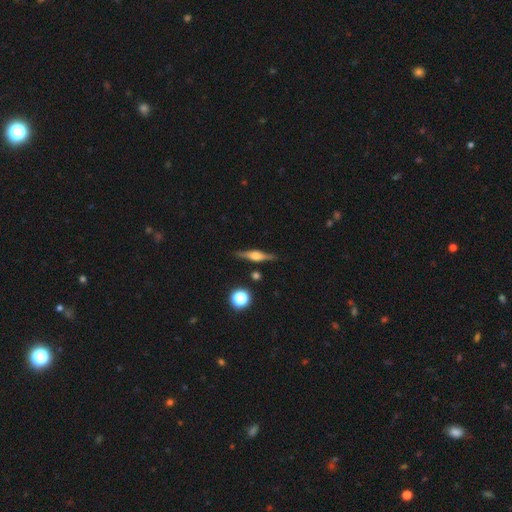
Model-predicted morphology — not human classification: Overall: featured or disk (70%). Edge-on disk: yes (97%). Edge-on bulge: rounded (87%). Merging: none (87%).